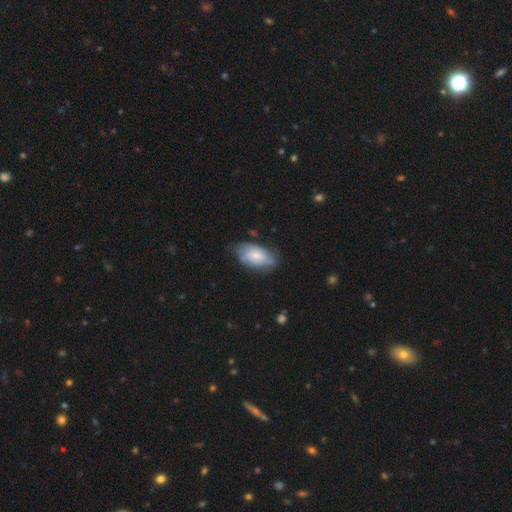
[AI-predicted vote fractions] Overall: smooth (57%; featured or disk 37%). How rounded: in between (92%). Merging: none (59%; minor disturbance 30%).